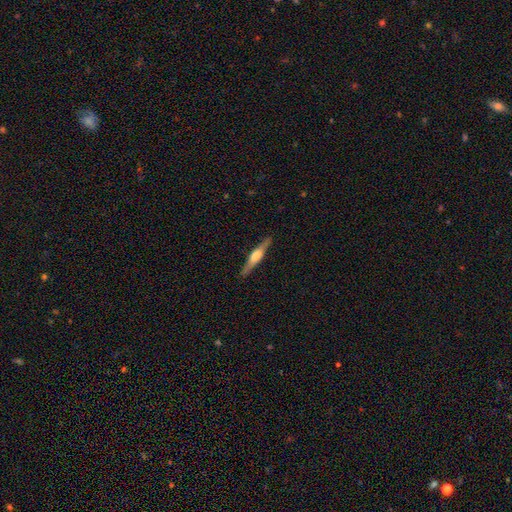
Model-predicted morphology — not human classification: Smooth or featured? Predicted: featured or disk (p=0.66). Edge-on disk? Predicted: yes (p=0.97). Edge-on bulge? Predicted: rounded (p=0.79). Merging? Predicted: none (p=0.89).